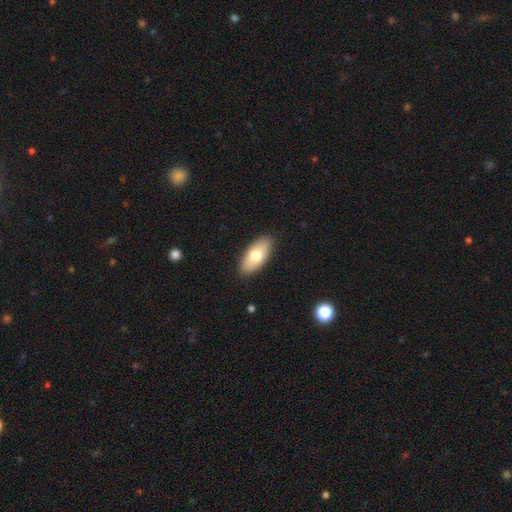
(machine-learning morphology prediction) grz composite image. It shows a smooth galaxy with no disk features (74%) that is in between round and cigar-shaped (90%). Merging: none (88%).